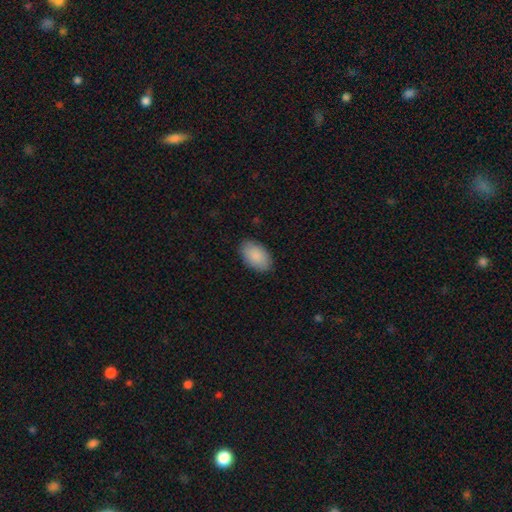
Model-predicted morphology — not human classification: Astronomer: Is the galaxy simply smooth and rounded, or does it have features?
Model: smooth — 89%.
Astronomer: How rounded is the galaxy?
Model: in between — 94%.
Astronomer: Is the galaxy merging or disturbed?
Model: none — 87%.